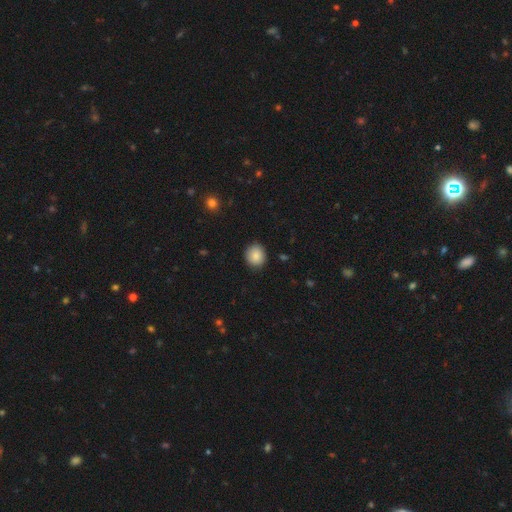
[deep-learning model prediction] smooth 87%, star or artifact 8%, featured or disk 5%. Down the decision tree: how rounded — round (81%); merging — none (88%).